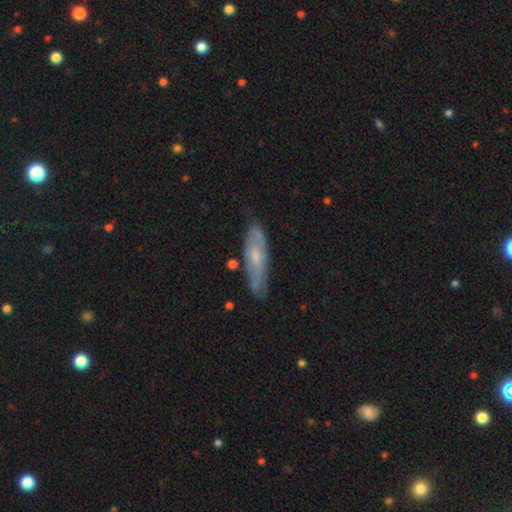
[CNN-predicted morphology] A featured or disk galaxy (53%). Merging: none (70%).